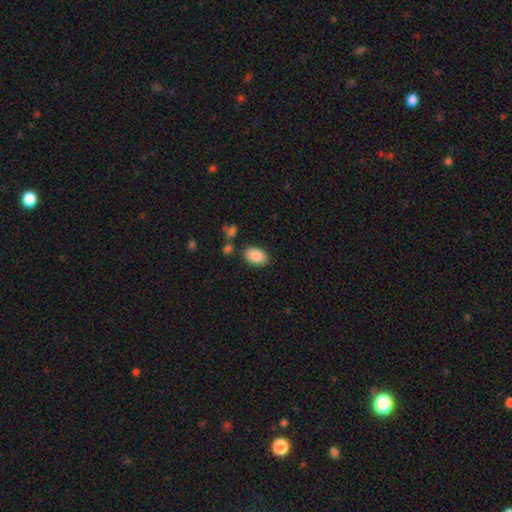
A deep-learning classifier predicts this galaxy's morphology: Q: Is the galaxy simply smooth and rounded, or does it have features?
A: smooth — 89%.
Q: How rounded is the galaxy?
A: in between — 89%.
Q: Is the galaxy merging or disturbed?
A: none — 81%.